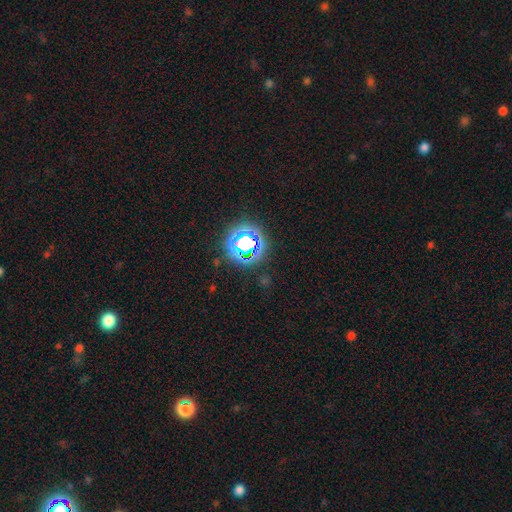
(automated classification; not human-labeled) Smooth or featured? Predicted: star or artifact (p=0.77).